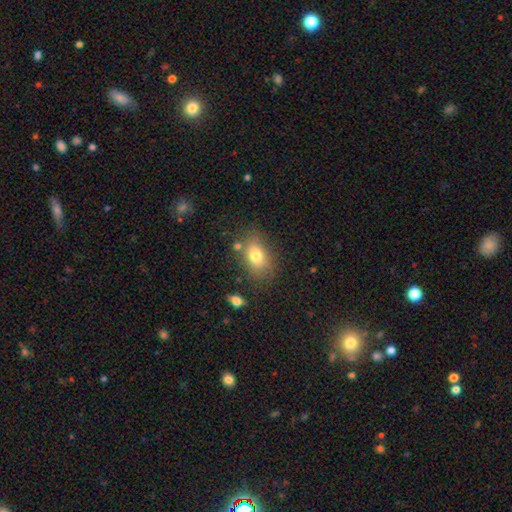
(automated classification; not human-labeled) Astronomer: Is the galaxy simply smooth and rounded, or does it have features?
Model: smooth — 77%.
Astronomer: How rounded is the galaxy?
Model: in between — 80%.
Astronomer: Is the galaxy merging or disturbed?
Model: none — 73%.